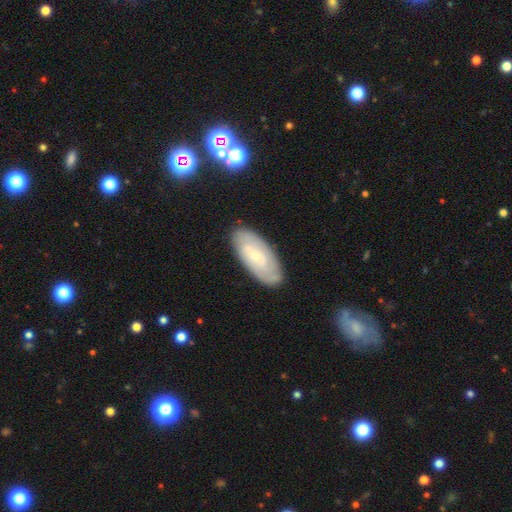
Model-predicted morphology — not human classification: A featured or disk galaxy (61%) with no bar (68%), spiral arms (77%) and a small central bulge (79%).

Vote fractions:
- Smooth or featured? featured or disk: 61% / smooth: 33% / star or artifact: 7%
- Edge-on disk? no: 91% / yes: 9%
- Bar? no: 68% / weak: 26% / strong: 6%
- Spiral arms? yes: 77% / no: 23%
- Bulge size? small: 79% / moderate: 17% / none: 2% / large: 1% / dominant: 1%
- Merging? none: 83% / minor disturbance: 13% / major disturbance: 3% / merger: 1%